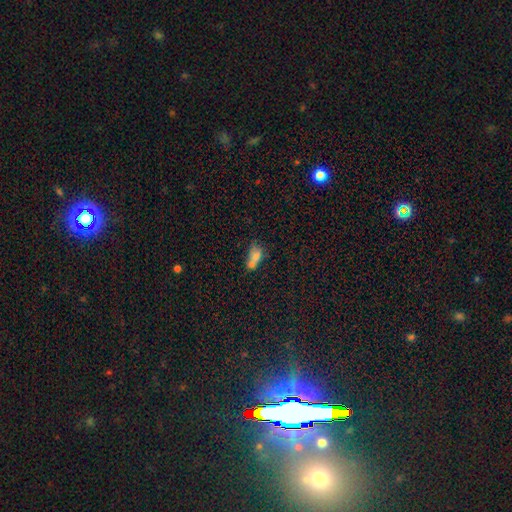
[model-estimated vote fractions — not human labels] Morphology: type=smooth (67%); roundness=in between (74%); merging=merger (60%).